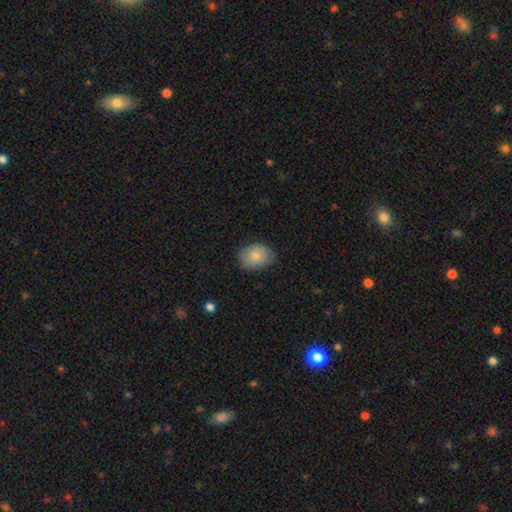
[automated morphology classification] This is likely a smooth galaxy (79%). How rounded: likely in between (65%). Merging: clearly none (80%).